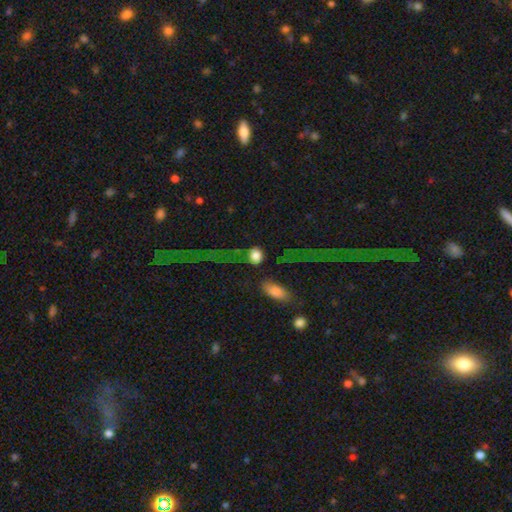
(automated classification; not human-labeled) A smooth galaxy with no disk features (81%) that is round (67%). Merging: none (72%).